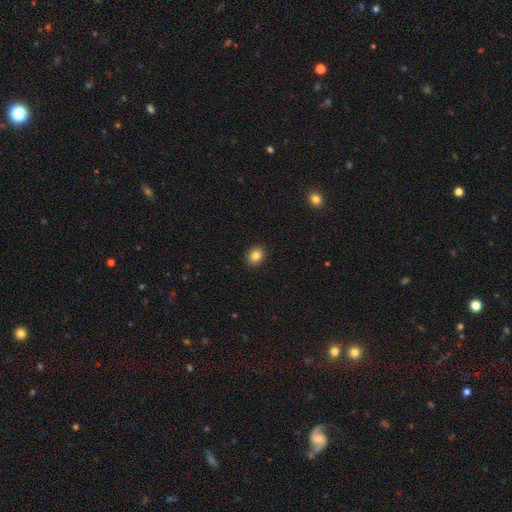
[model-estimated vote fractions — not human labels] smooth 85%, star or artifact 10%, featured or disk 5%. Down the decision tree: how rounded — round (52%); merging — none (91%).